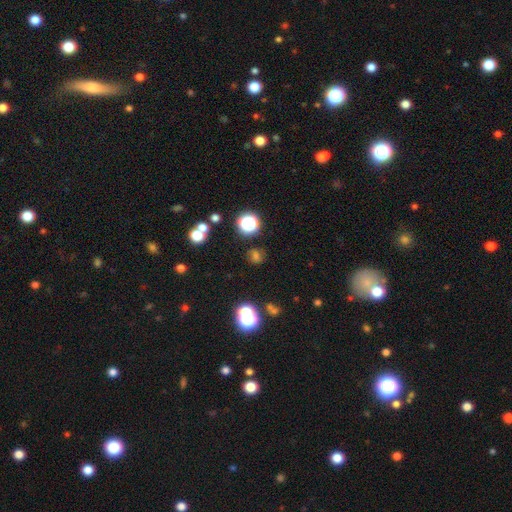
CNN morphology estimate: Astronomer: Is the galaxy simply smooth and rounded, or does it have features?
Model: smooth — 57% (runner-up: star or artifact, 34%).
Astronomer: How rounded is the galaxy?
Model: round — 81%.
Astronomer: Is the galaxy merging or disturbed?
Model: none — 79%.